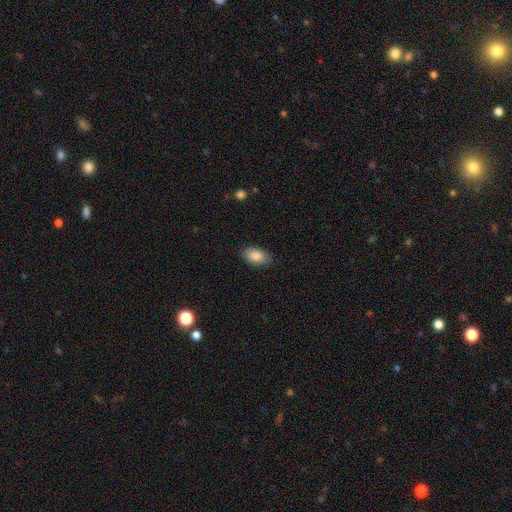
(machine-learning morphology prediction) Q: Smooth or featured?
A: smooth (85%); runner-up: featured or disk (8%)
Q: How rounded?
A: in between (93%); runner-up: round (6%)
Q: Merging?
A: none (86%); runner-up: minor disturbance (11%)